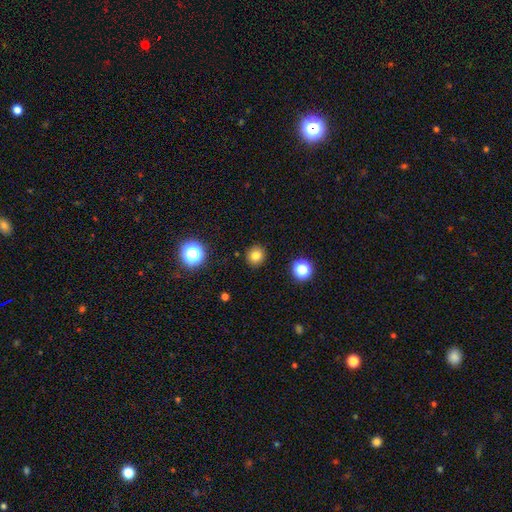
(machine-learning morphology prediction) Smooth or featured? Predicted: smooth (p=0.80). How rounded? Predicted: round (p=0.88). Merging? Predicted: none (p=0.90).